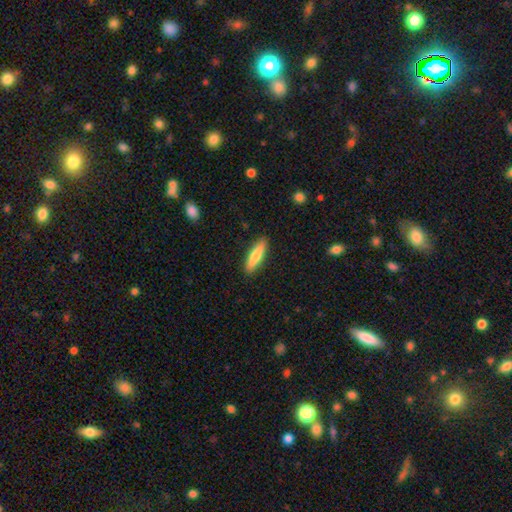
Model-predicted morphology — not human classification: smooth-or-featured: smooth: 77% | featured or disk: 18% | star or artifact: 6%
  how-rounded: cigar-shaped: 74% | in between: 24% | round: 2%
  merging: none: 89% | minor disturbance: 8% | major disturbance: 2% | merger: 1%